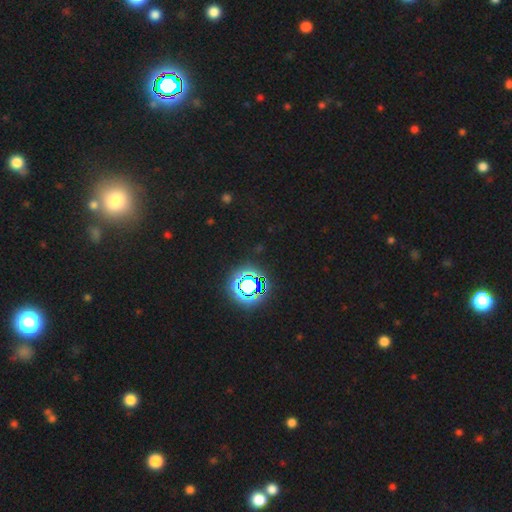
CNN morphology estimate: Smooth or featured? Predicted: star or artifact (p=0.80).